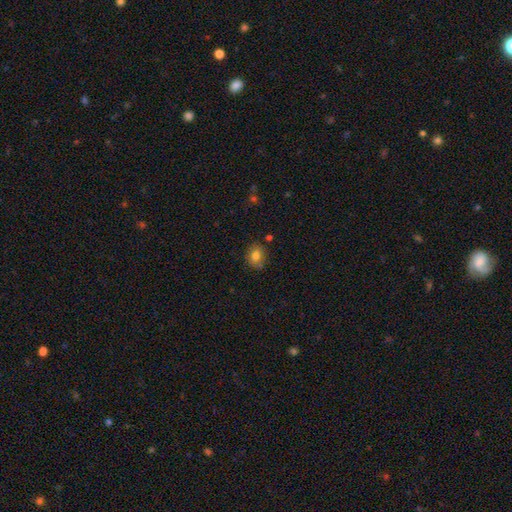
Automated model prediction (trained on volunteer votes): smooth-or-featured: smooth: 80% | star or artifact: 11% | featured or disk: 9%
  how-rounded: round: 62% | in between: 37% | cigar-shaped: 1%
  merging: none: 80% | minor disturbance: 14% | merger: 4% | major disturbance: 3%